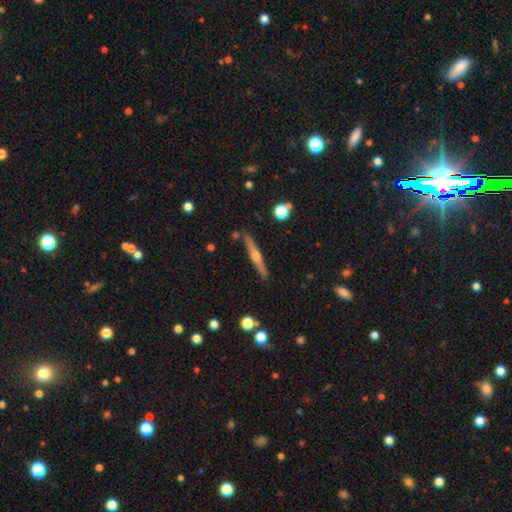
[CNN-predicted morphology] This appears to be a featured or disk galaxy (68%) viewed edge-on (97%) with a rounded central bulge (89%). Merging: none (88%).